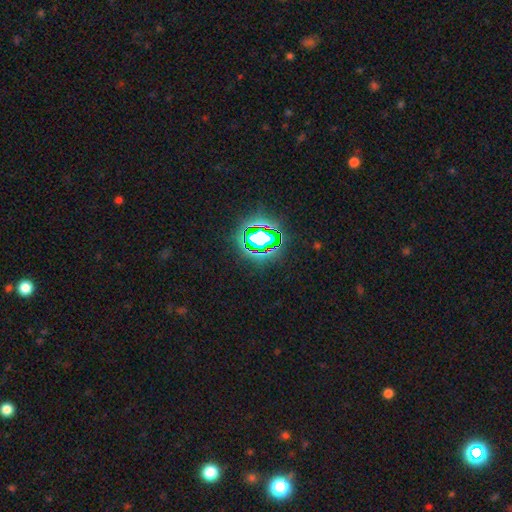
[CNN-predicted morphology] Smooth or featured? Predicted: star or artifact (p=0.81).